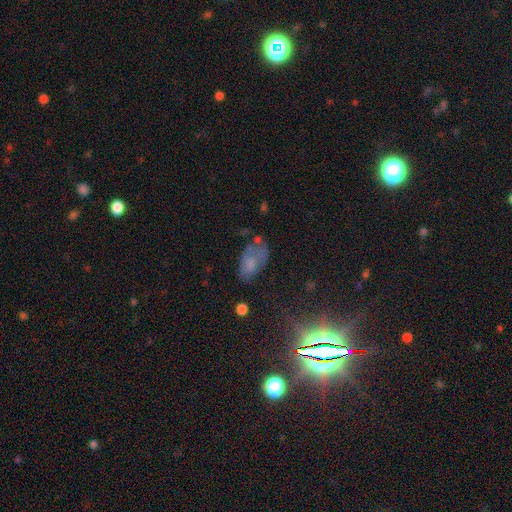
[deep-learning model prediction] A smooth galaxy with no disk features (66%) that is in between round and cigar-shaped (92%).

Vote fractions:
- Smooth or featured? smooth: 66% / featured or disk: 22% / star or artifact: 12%
- How rounded? in between: 92% / round: 5% / cigar-shaped: 3%
- Merging? none: 46% / minor disturbance: 29% / major disturbance: 16% / merger: 8%